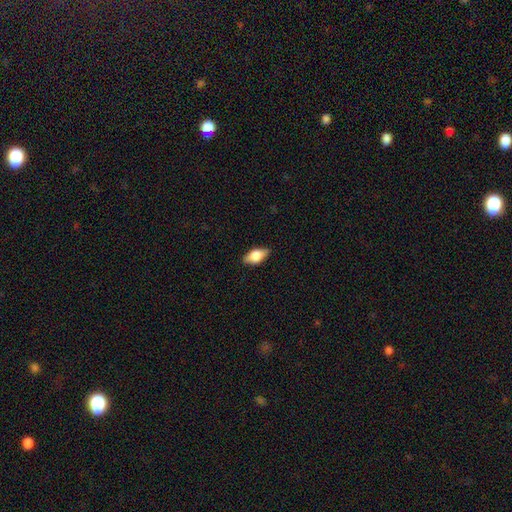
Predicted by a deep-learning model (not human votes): Morphology: type=smooth (69%); roundness=in between (86%); merging=none (85%).